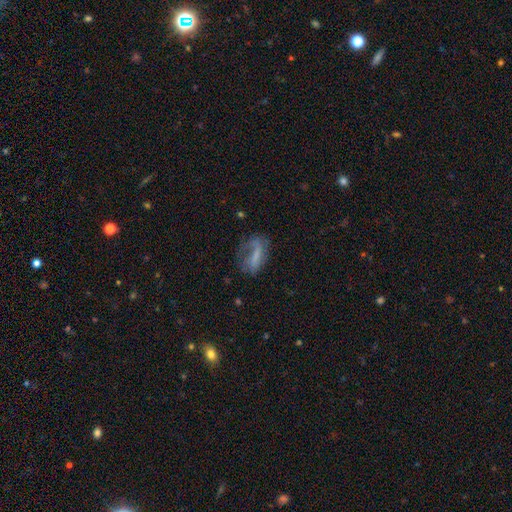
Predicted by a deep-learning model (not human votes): Q: Smooth or featured?
A: smooth (46%); runner-up: featured or disk (43%)
Q: Merging?
A: none (38%); runner-up: major disturbance (34%)